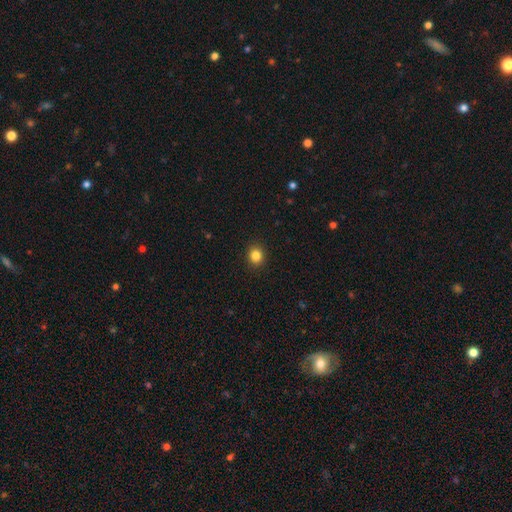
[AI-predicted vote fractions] smooth-or-featured: smooth: 85% | star or artifact: 11% | featured or disk: 4%
  how-rounded: round: 75% | in between: 24% | cigar-shaped: 1%
  merging: none: 91% | minor disturbance: 6% | major disturbance: 2% | merger: 1%